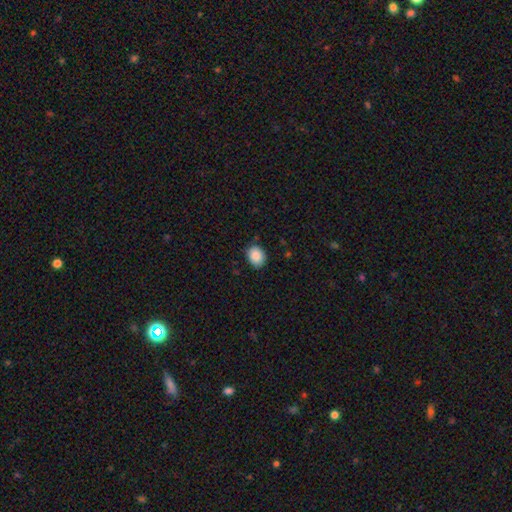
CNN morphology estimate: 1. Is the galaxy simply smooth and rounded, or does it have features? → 88% smooth, 8% star or artifact, 4% featured or disk.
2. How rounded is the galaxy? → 52% in between, 47% round, 1% cigar-shaped.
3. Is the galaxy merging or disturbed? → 85% none, 12% minor disturbance, 2% major disturbance, 1% merger.